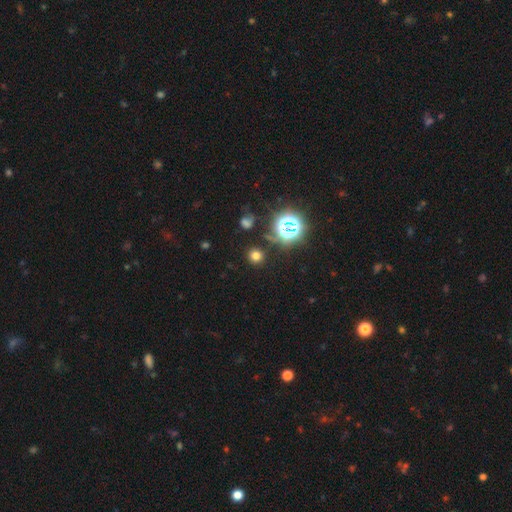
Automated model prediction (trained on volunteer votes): A smooth galaxy with no disk features (67%) that is round (91%).

Vote fractions:
- Smooth or featured? smooth: 67% / star or artifact: 27% / featured or disk: 6%
- How rounded? round: 91% / in between: 8% / cigar-shaped: 1%
- Merging? none: 87% / minor disturbance: 7% / major disturbance: 3% / merger: 3%